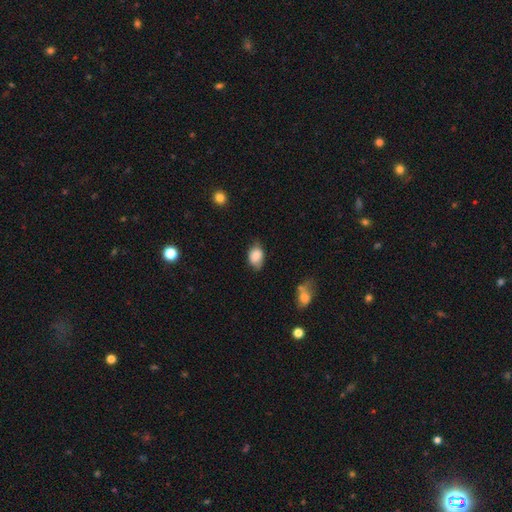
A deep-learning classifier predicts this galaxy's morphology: A smooth galaxy with no disk features (81%) that is in between round and cigar-shaped (80%).

Vote fractions:
- Smooth or featured? smooth: 81% / featured or disk: 11% / star or artifact: 8%
- How rounded? in between: 80% / round: 19% / cigar-shaped: 1%
- Merging? none: 60% / minor disturbance: 31% / major disturbance: 7% / merger: 2%